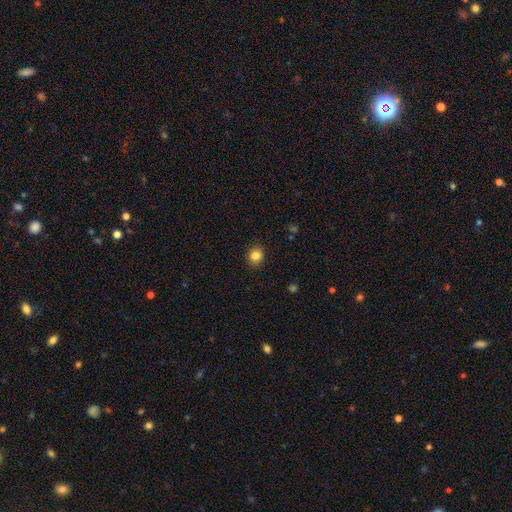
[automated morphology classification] Q: Smooth or featured?
A: smooth (84%); runner-up: star or artifact (11%)
Q: How rounded?
A: round (79%); runner-up: in between (20%)
Q: Merging?
A: none (90%); runner-up: minor disturbance (7%)